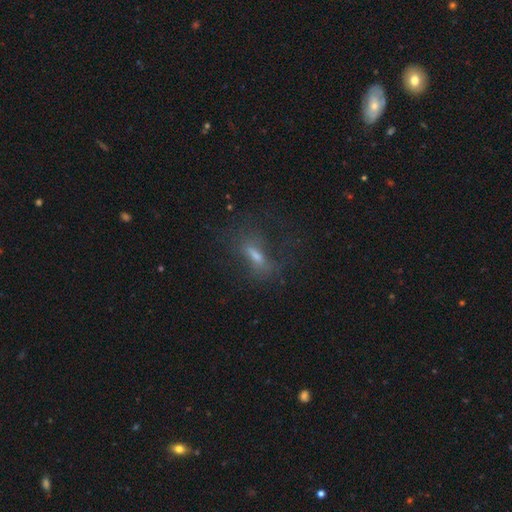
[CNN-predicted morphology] smooth_or_featured: smooth (p=0.44) [alt: featured or disk p=0.39]
merging: none (p=0.52) [alt: major disturbance p=0.26]